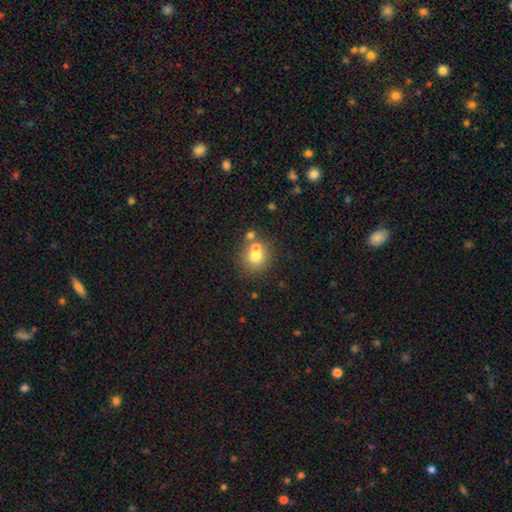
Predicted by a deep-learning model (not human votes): smooth 69%, featured or disk 18%, star or artifact 14%. Down the decision tree: how rounded — round (86%); merging — none (55%).